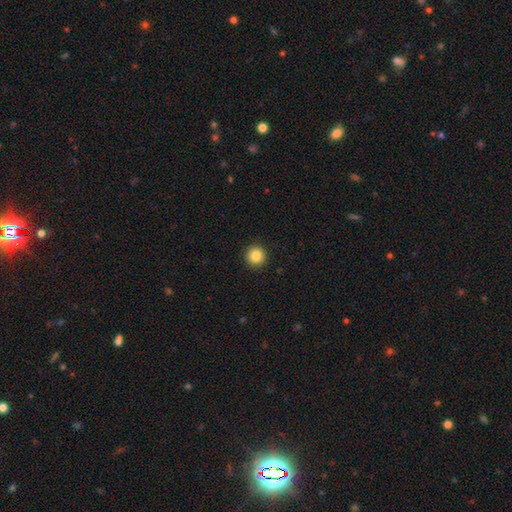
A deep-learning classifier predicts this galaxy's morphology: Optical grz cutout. It shows a smooth galaxy with no disk features (86%) that is round (95%). Merging: none (93%).